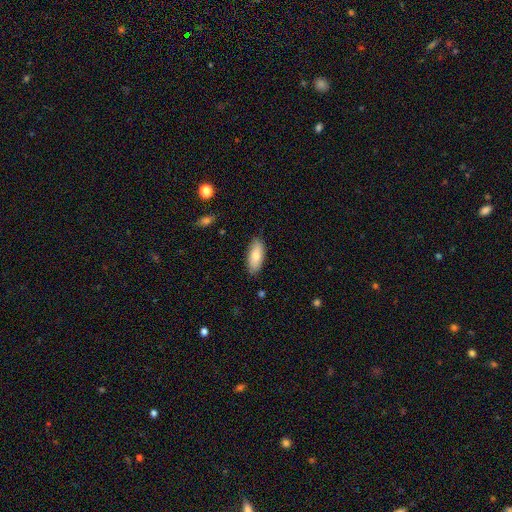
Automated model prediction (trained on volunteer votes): The model was most divided on "how rounded": in between: 83%, cigar-shaped: 15%, round: 2%. More confident: merging — none (85%); smooth or featured — smooth (82%).